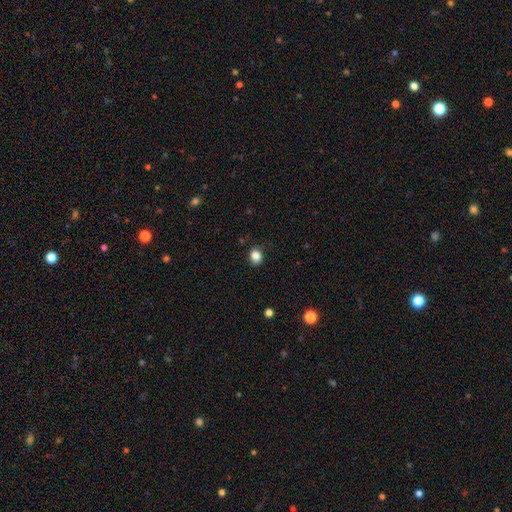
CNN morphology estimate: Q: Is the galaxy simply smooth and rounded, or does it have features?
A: smooth — 85%.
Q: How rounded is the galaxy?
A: round — 62%.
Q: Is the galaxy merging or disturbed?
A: none — 81%.